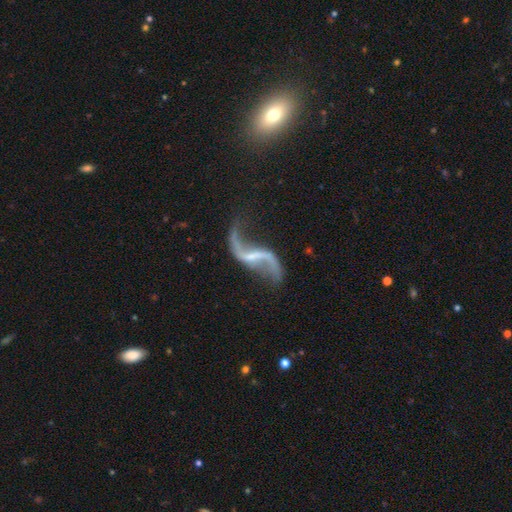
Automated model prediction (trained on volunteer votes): Smooth or featured? featured or disk (91%)
Edge-on disk? no (97%)
Bar? weak (42%)
Spiral arms? yes (96%)
Spiral winding? loose (94%)
Spiral arm count? 2 (94%)
Bulge size? small (51%)
Merging? none (66%)